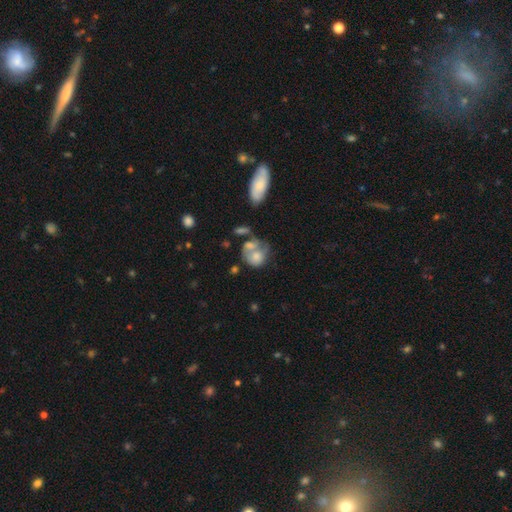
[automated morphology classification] Q: Smooth or featured?
A: smooth (60%); runner-up: featured or disk (32%)
Q: How rounded?
A: round (54%); runner-up: in between (45%)
Q: Merging?
A: merger (42%); runner-up: none (22%)